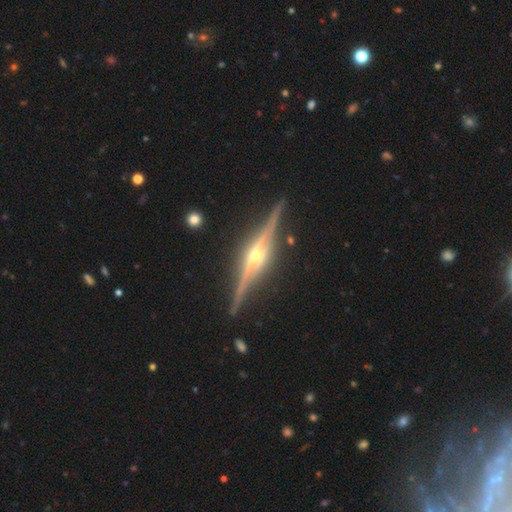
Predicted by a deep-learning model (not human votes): This is clearly a featured or disk galaxy (91%). It is clearly viewed edge-on (98%). Edge-on bulge: clearly rounded (88%). Merging: clearly none (88%).